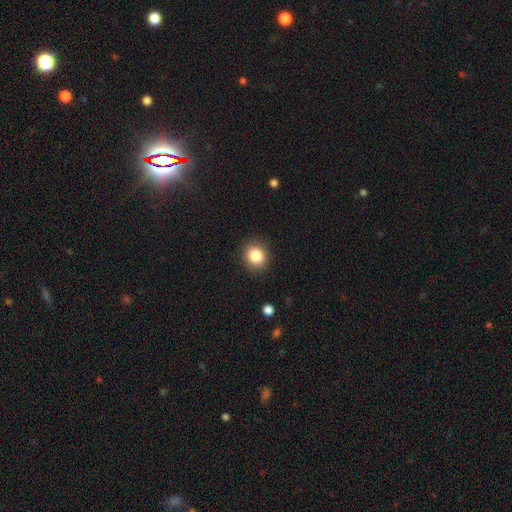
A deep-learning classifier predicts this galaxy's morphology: Overall: smooth (84%). How rounded: round (82%). Merging: none (89%).